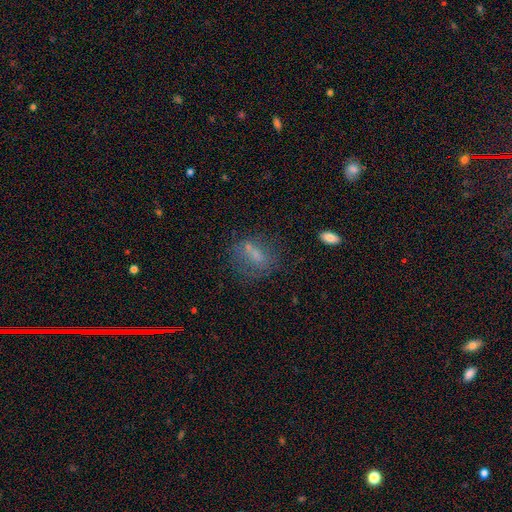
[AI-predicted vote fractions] smooth-or-featured: smooth: 54% | featured or disk: 29% | star or artifact: 17%
  how-rounded: in between: 59% | round: 33% | cigar-shaped: 8%
  merging: none: 53% | minor disturbance: 19% | major disturbance: 16% | merger: 12%